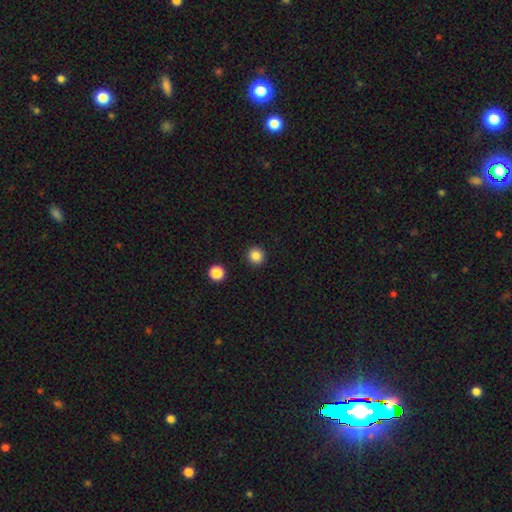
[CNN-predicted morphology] smooth-or-featured: smooth: 85% | star or artifact: 11% | featured or disk: 4%
  how-rounded: round: 93% | in between: 6% | cigar-shaped: 1%
  merging: none: 93% | minor disturbance: 4% | major disturbance: 2% | merger: 1%